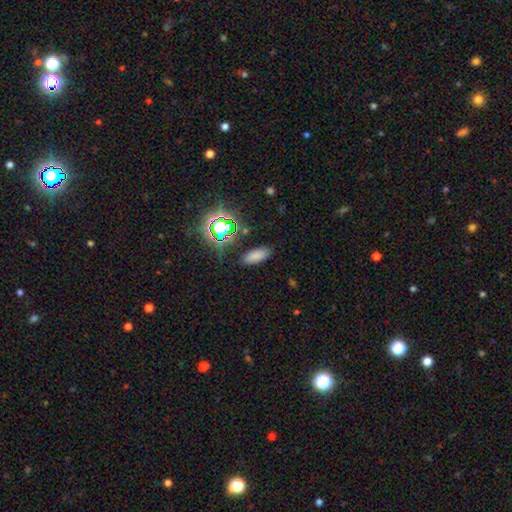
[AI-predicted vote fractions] Smooth or featured?
  - smooth: 74% *
  - star or artifact: 19%
  - featured or disk: 6%
How rounded?
  - in between: 81% *
  - cigar-shaped: 15%
  - round: 3%
Merging?
  - none: 86% *
  - minor disturbance: 9%
  - major disturbance: 3%
  - merger: 2%